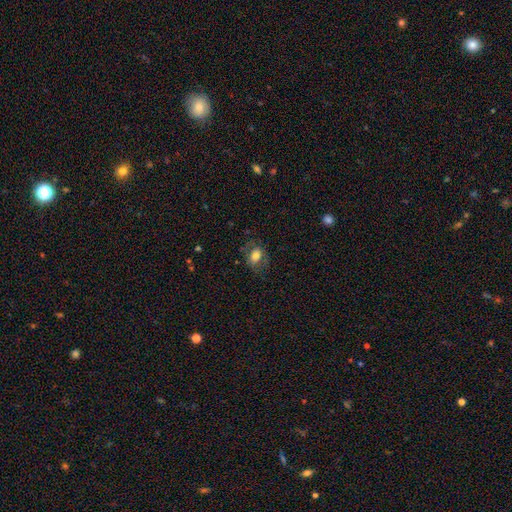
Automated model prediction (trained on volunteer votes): Overall: smooth (68%). How rounded: in between (74%). Merging: none (68%).